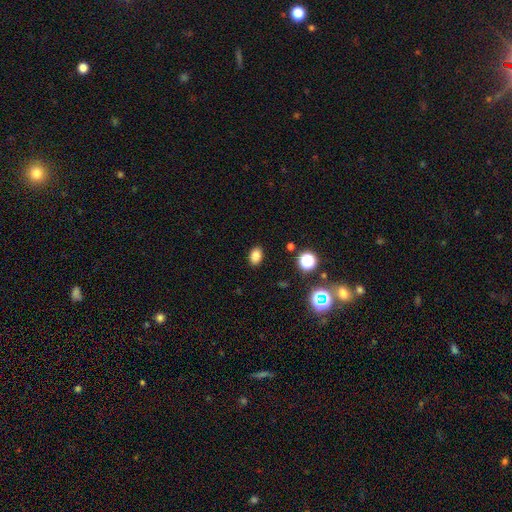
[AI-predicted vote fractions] Q: Smooth or featured?
A: smooth (82%); runner-up: star or artifact (13%)
Q: How rounded?
A: in between (81%); runner-up: round (18%)
Q: Merging?
A: none (88%); runner-up: minor disturbance (8%)